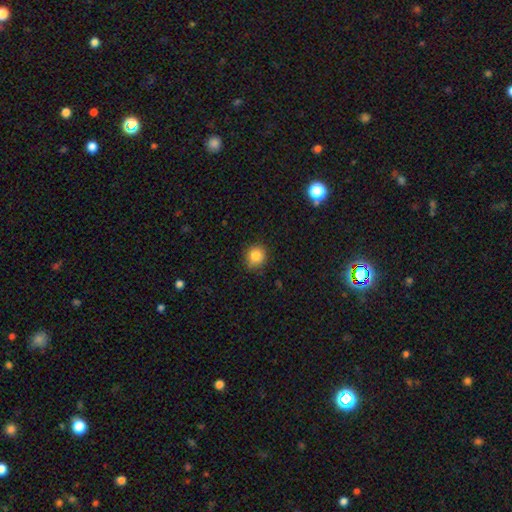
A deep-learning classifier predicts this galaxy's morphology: smooth_or_featured: smooth (p=0.85) [alt: star or artifact p=0.10]
how_rounded: round (p=0.85) [alt: in between p=0.14]
merging: none (p=0.81) [alt: minor disturbance p=0.15]